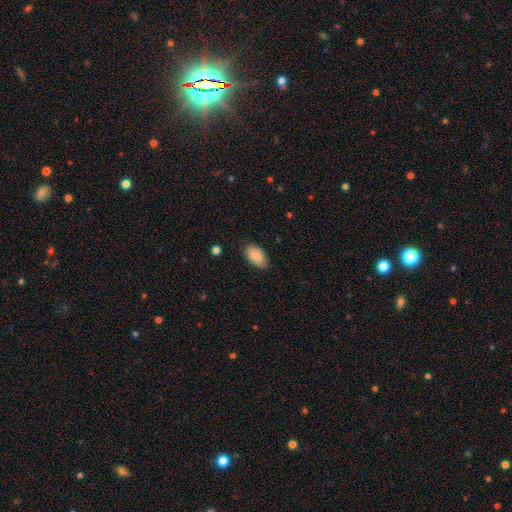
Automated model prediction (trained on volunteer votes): Smooth or featured? Predicted: smooth (p=0.85). How rounded? Predicted: in between (p=0.94). Merging? Predicted: none (p=0.80).